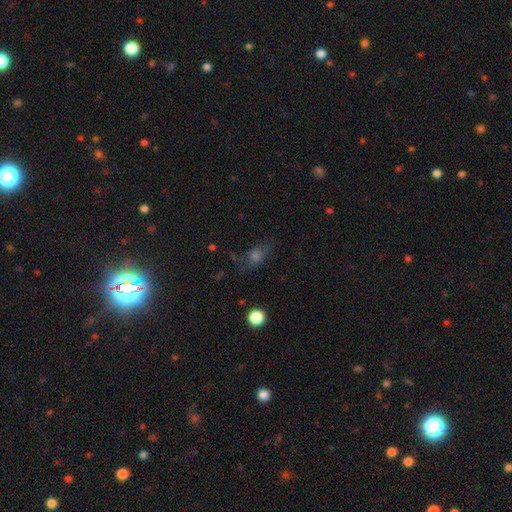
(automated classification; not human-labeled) smooth-or-featured: smooth: 50% | star or artifact: 27% | featured or disk: 23%
  how-rounded: in between: 64% | round: 27% | cigar-shaped: 9%
  merging: none: 59% | minor disturbance: 21% | major disturbance: 17% | merger: 3%